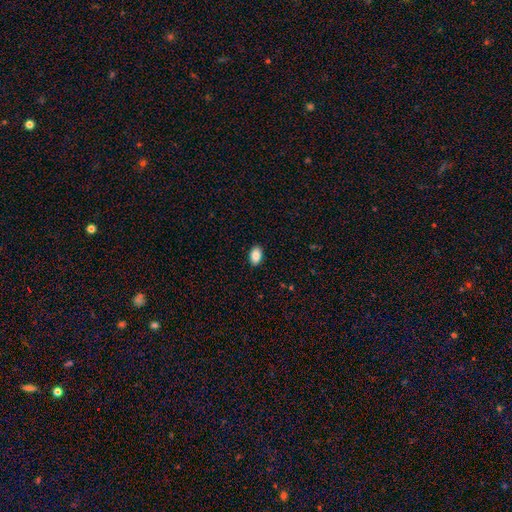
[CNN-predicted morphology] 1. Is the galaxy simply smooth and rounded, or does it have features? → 88% smooth, 8% star or artifact, 5% featured or disk.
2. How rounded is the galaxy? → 91% in between, 8% round, 1% cigar-shaped.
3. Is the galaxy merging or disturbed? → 89% none, 8% minor disturbance, 2% major disturbance, 1% merger.